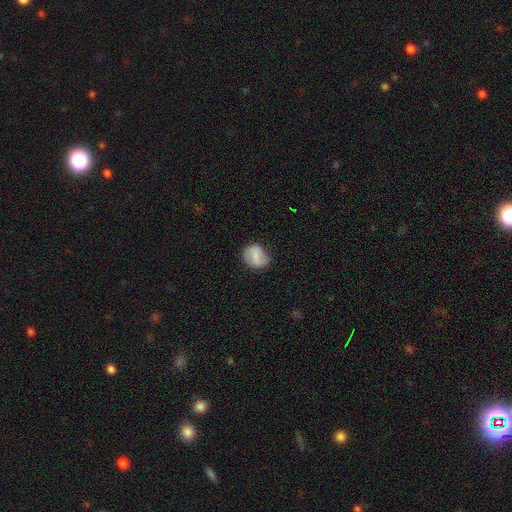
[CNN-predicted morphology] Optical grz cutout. It shows a smooth galaxy with no disk features (68%) that is round (60%). Merging: none (71%).